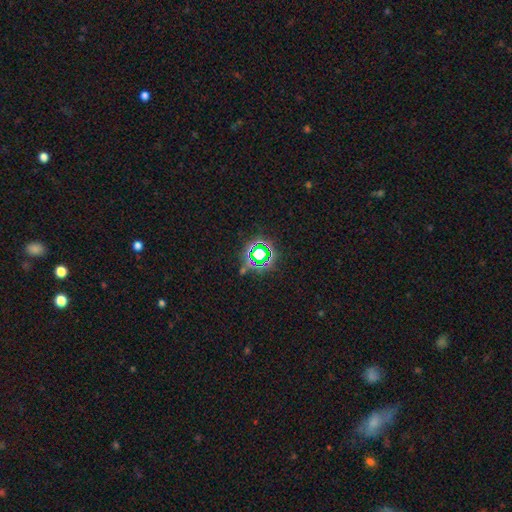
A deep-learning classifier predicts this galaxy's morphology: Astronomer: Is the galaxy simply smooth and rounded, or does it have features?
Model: star or artifact — 72%.